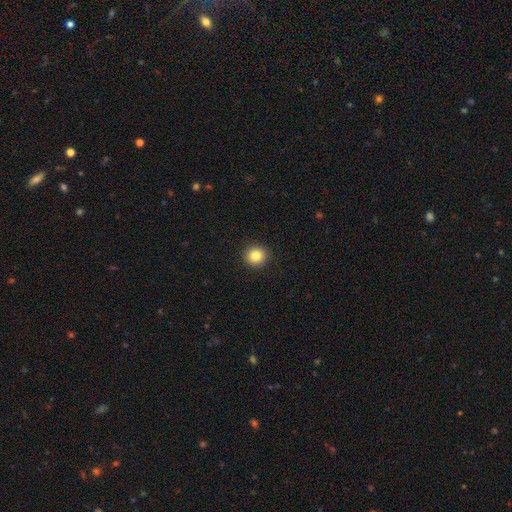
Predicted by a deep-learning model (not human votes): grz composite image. It shows a smooth galaxy with no disk features (84%) that is round (90%). Merging: none (92%).